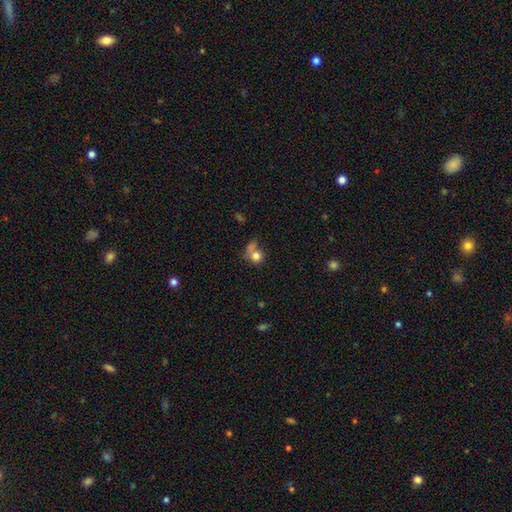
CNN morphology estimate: smooth-or-featured: smooth: 77% | featured or disk: 12% | star or artifact: 11%
  how-rounded: round: 78% | in between: 20% | cigar-shaped: 1%
  merging: none: 37% | merger: 34% | minor disturbance: 15% | major disturbance: 14%